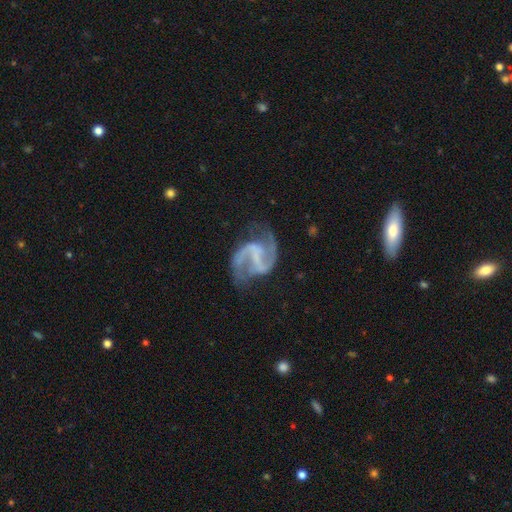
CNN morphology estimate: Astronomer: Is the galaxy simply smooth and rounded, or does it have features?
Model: featured or disk — 92%.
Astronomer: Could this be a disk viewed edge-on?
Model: no — 98%.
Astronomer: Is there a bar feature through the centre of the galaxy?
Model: weak — 43% (runner-up: strong, 40%).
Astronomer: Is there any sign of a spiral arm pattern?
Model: yes — 98%.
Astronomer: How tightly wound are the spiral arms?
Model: medium — 54% (runner-up: loose, 35%).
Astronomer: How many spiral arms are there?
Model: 2 — 93%.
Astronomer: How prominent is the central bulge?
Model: none — 59%.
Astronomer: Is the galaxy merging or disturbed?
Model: none — 71%.